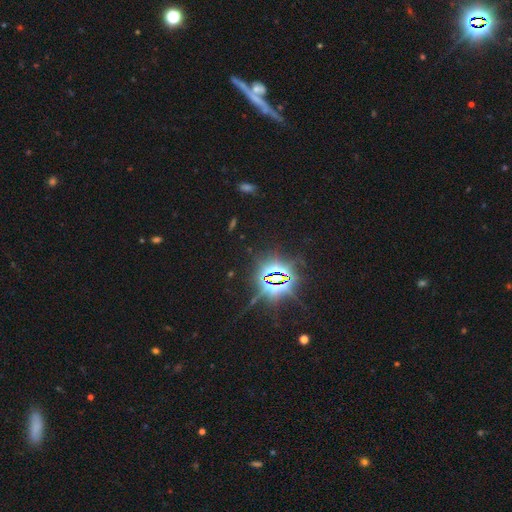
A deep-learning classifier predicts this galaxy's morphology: smooth_or_featured: star or artifact (p=0.82) [alt: smooth p=0.10]